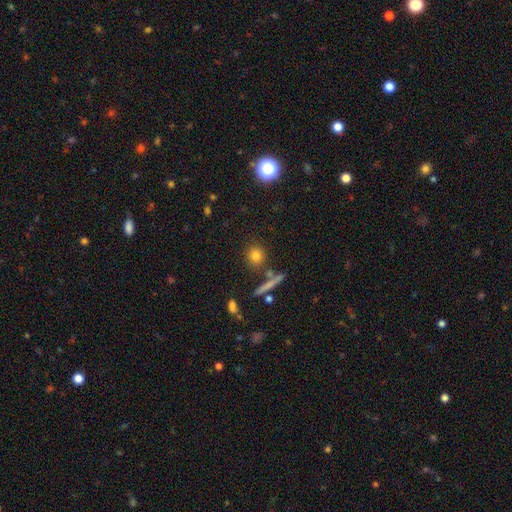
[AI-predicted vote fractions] A smooth galaxy with no disk features (78%) that is round (85%).

Vote fractions:
- Smooth or featured? smooth: 78% / star or artifact: 12% / featured or disk: 10%
- How rounded? round: 85% / in between: 11% / cigar-shaped: 4%
- Merging? none: 79% / merger: 9% / minor disturbance: 9% / major disturbance: 3%